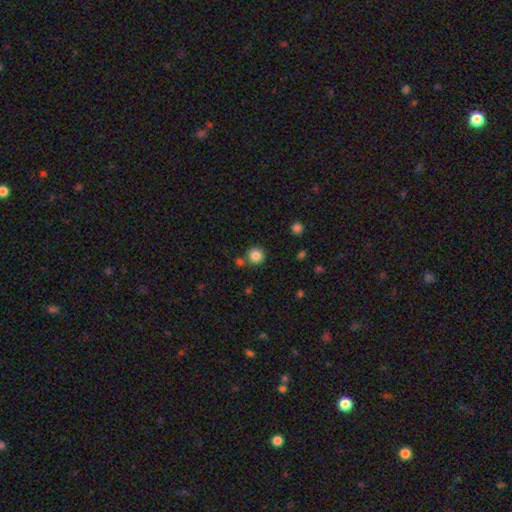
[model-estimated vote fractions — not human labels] The model was most divided on "merging": none: 79%, merger: 10%, minor disturbance: 8%, major disturbance: 3%. More confident: how rounded — round (94%); smooth or featured — smooth (85%).